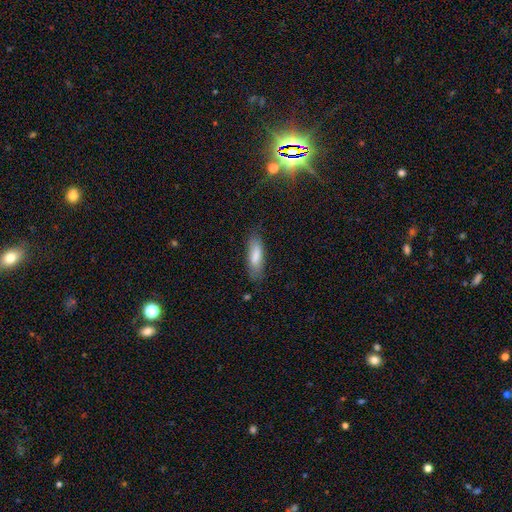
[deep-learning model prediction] Q: Smooth or featured?
A: smooth (81%); runner-up: featured or disk (12%)
Q: How rounded?
A: in between (51%); runner-up: cigar-shaped (48%)
Q: Merging?
A: none (77%); runner-up: minor disturbance (18%)